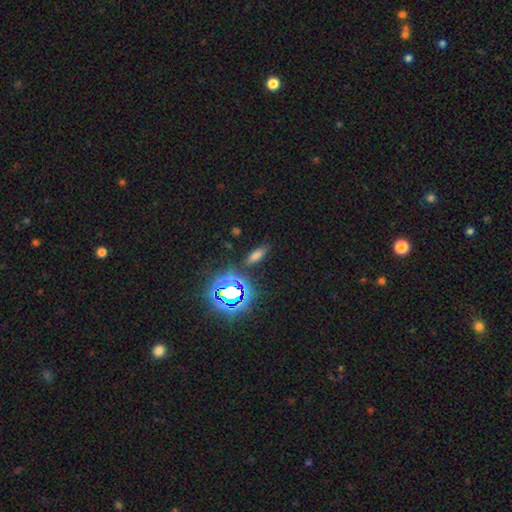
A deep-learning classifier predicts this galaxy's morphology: This appears to be a smooth galaxy with no disk features (61%) that is in between round and cigar-shaped (63%). Merging: none (83%).